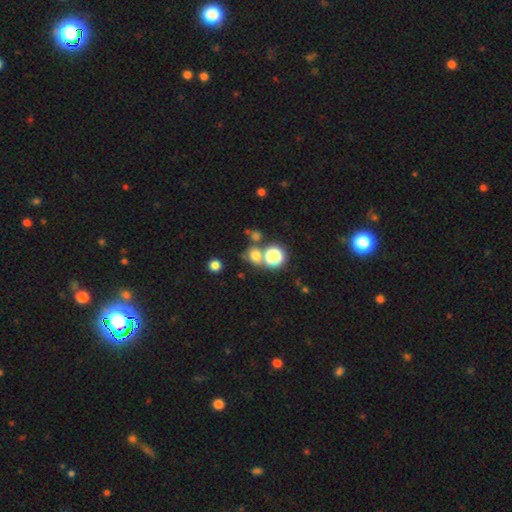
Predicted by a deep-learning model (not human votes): smooth-or-featured: smooth: 67% | star or artifact: 24% | featured or disk: 9%
  how-rounded: round: 78% | in between: 21% | cigar-shaped: 1%
  merging: none: 57% | merger: 28% | minor disturbance: 9% | major disturbance: 5%